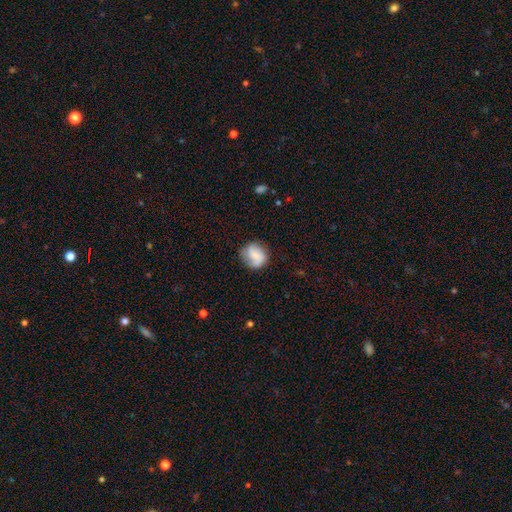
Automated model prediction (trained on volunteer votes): smooth 54%, featured or disk 37%, star or artifact 9%. Down the decision tree: how rounded — round (74%); merging — none (66%).